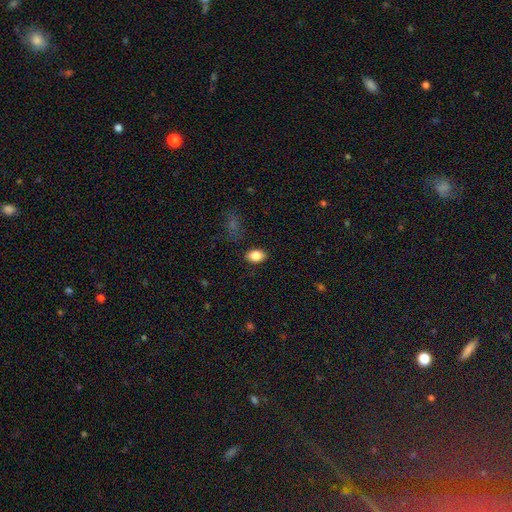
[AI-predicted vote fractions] Smooth or featured? smooth (86%)
How rounded? in between (83%)
Merging? none (87%)